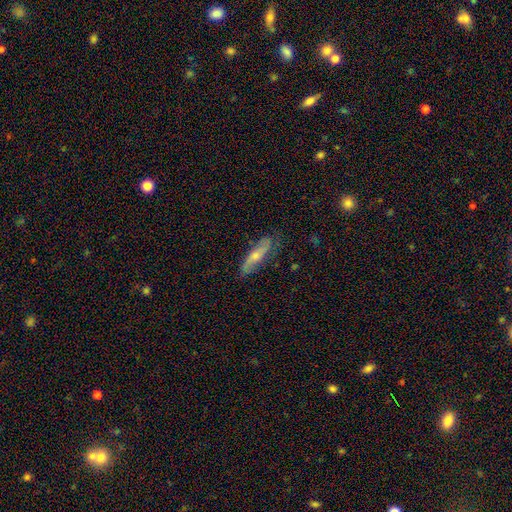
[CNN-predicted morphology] The model was most divided on "edge-on disk": no: 51%, yes: 49%. More confident: merging — none (77%); smooth or featured — featured or disk (54%).